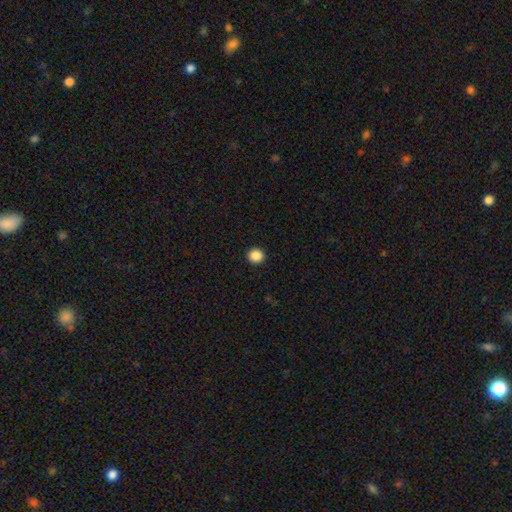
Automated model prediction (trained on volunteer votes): Smooth or featured? smooth (88%)
How rounded? round (91%)
Merging? none (93%)